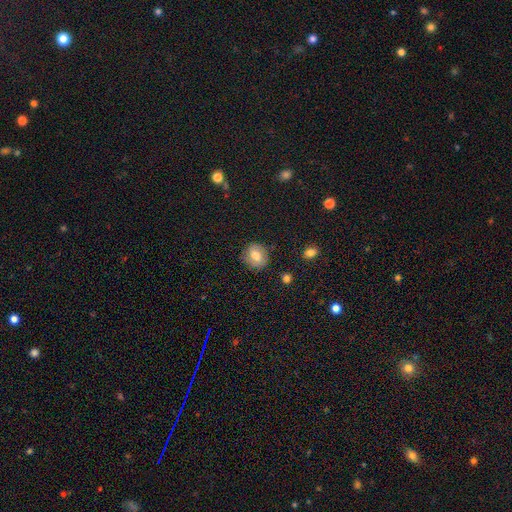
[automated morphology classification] smooth_or_featured: smooth (p=0.70) [alt: featured or disk p=0.21]
how_rounded: round (p=0.74) [alt: in between p=0.25]
merging: none (p=0.82) [alt: minor disturbance p=0.13]